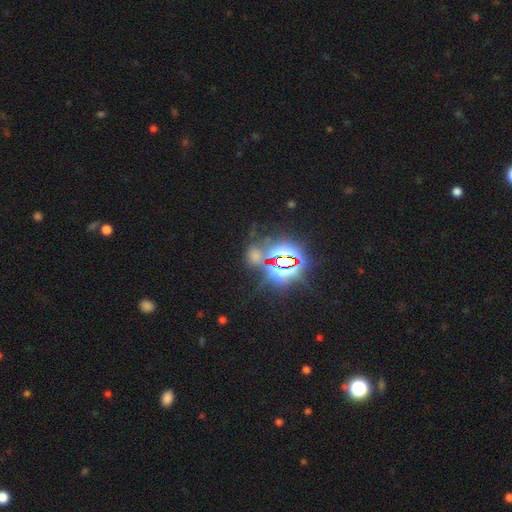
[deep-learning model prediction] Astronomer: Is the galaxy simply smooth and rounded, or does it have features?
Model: star or artifact — 66%.